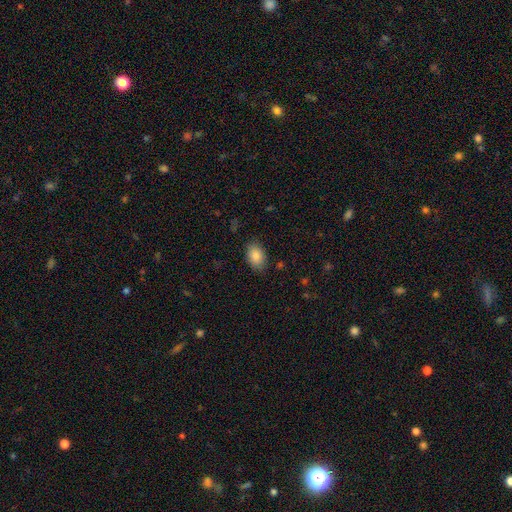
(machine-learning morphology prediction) This is clearly a smooth galaxy (87%). How rounded: clearly in between (88%). Merging: clearly none (84%).